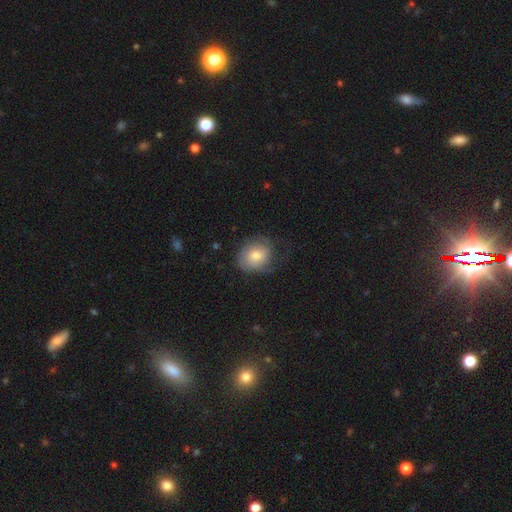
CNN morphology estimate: smooth-or-featured: smooth: 56% | featured or disk: 37% | star or artifact: 7%
  how-rounded: round: 61% | in between: 38% | cigar-shaped: 1%
  merging: none: 54% | minor disturbance: 27% | major disturbance: 19% | merger: 1%